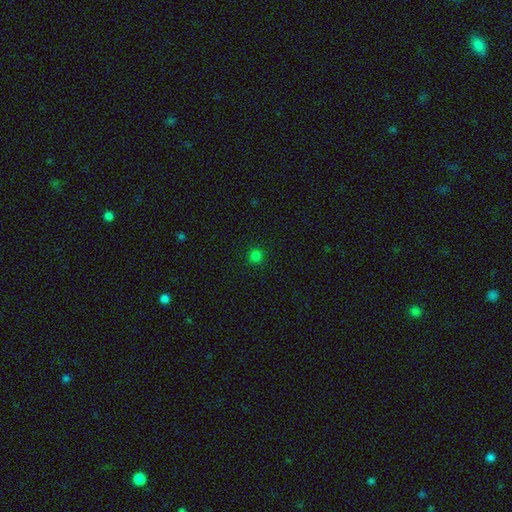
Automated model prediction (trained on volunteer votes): A smooth galaxy with no disk features (78%) that is round (93%).

Vote fractions:
- Smooth or featured? smooth: 78% / star or artifact: 19% / featured or disk: 3%
- How rounded? round: 93% / in between: 6% / cigar-shaped: 1%
- Merging? none: 90% / minor disturbance: 6% / major disturbance: 2% / merger: 1%